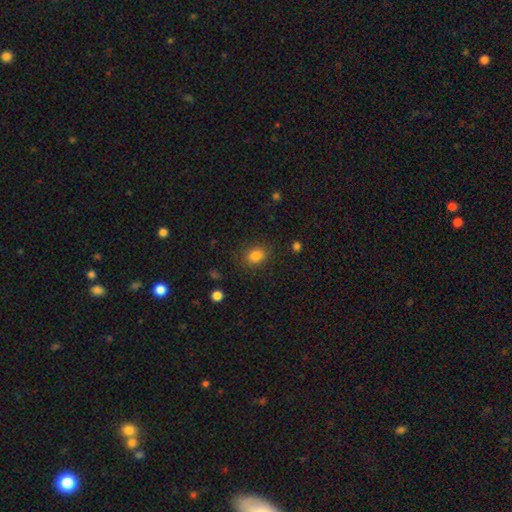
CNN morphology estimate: Smooth or featured? smooth (83%)
How rounded? in between (54%)
Merging? none (84%)